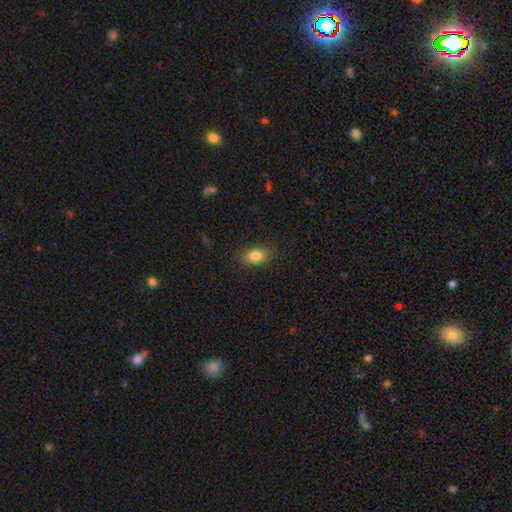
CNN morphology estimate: This appears to be a smooth galaxy with no disk features (83%) that is in between round and cigar-shaped (79%). Merging: none (86%).